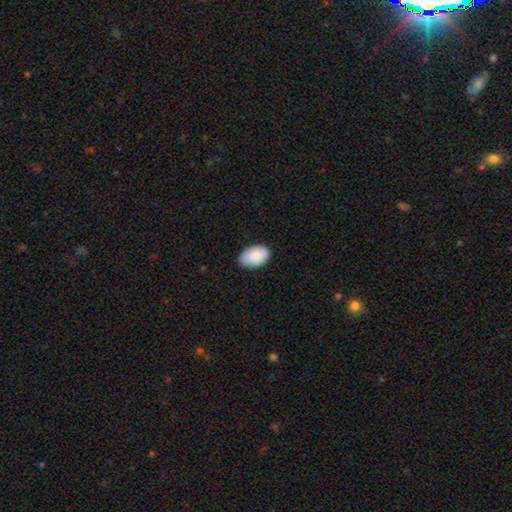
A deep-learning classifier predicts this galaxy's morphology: Smooth or featured: smooth — 88% (featured or disk — 6%)
How rounded: in between — 94% (round — 5%)
Merging: none — 82% (minor disturbance — 15%)